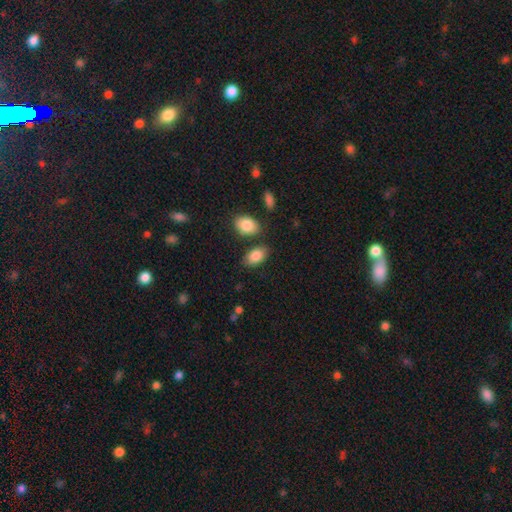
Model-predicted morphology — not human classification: Smooth or featured: smooth — 86% (featured or disk — 8%)
How rounded: in between — 92% (round — 7%)
Merging: none — 76% (minor disturbance — 13%)